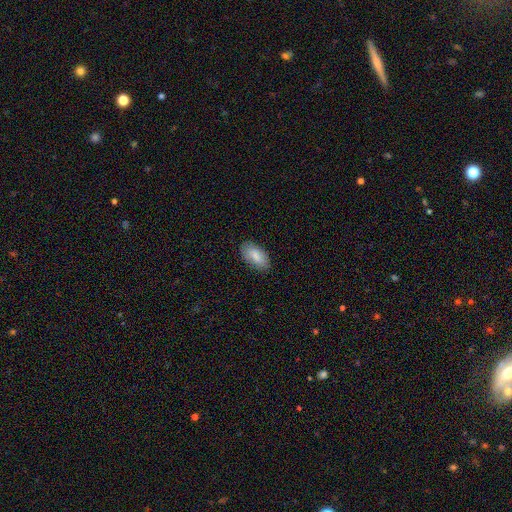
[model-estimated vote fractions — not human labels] This is clearly a smooth galaxy (84%). How rounded: clearly in between (93%). Merging: clearly none (83%).